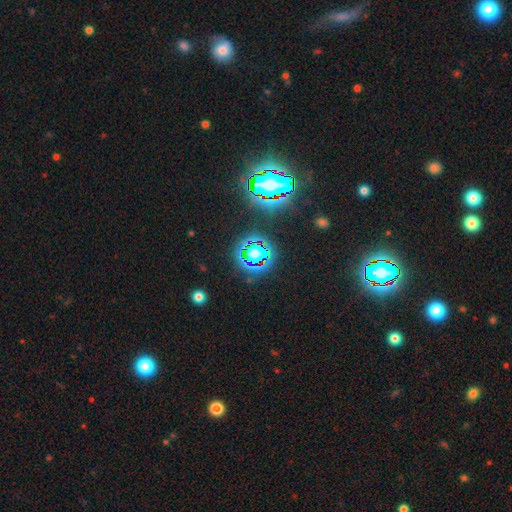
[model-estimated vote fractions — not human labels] The model was most divided on "smooth or featured": star or artifact: 80%, smooth: 13%, featured or disk: 7%.